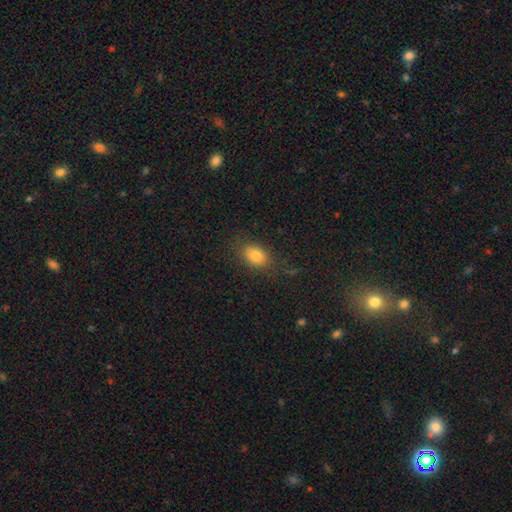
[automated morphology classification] A smooth galaxy with no disk features (81%) that is in between round and cigar-shaped (76%). Merging: none (80%).